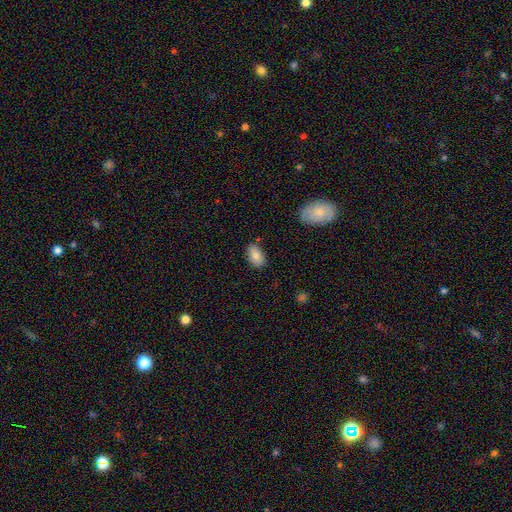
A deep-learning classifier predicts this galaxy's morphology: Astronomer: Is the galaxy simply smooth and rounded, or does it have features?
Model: smooth — 81%.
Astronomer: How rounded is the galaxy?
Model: in between — 91%.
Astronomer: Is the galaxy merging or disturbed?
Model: none — 80%.